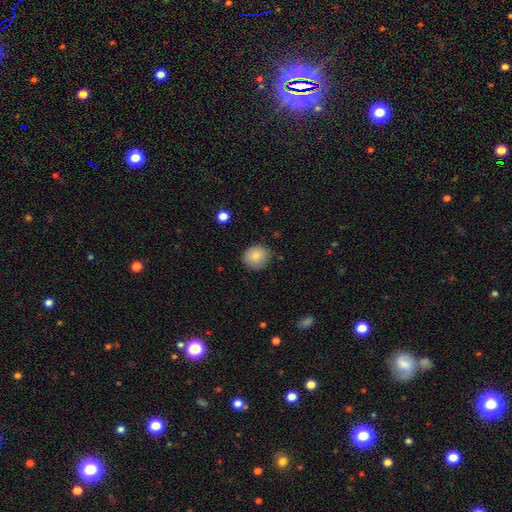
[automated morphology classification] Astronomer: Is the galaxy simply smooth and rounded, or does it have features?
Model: smooth — 84%.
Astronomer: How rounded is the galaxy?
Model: round — 76%.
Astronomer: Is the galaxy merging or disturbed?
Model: none — 83%.